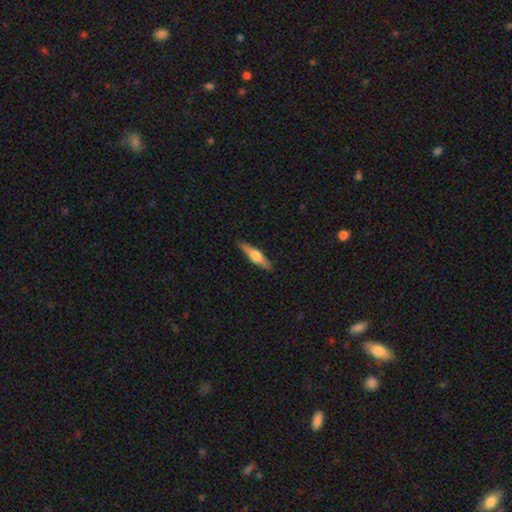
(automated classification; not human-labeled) This appears to be a featured or disk galaxy (62%) viewed edge-on (96%) with a rounded central bulge (91%). Merging: none (90%).